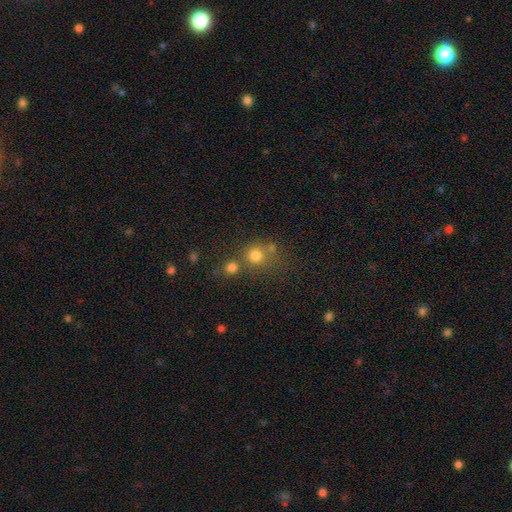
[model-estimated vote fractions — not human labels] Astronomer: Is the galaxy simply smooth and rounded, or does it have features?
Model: smooth — 74%.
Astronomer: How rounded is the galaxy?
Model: round — 85%.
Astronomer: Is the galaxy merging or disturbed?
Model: none — 54% (runner-up: merger, 31%).